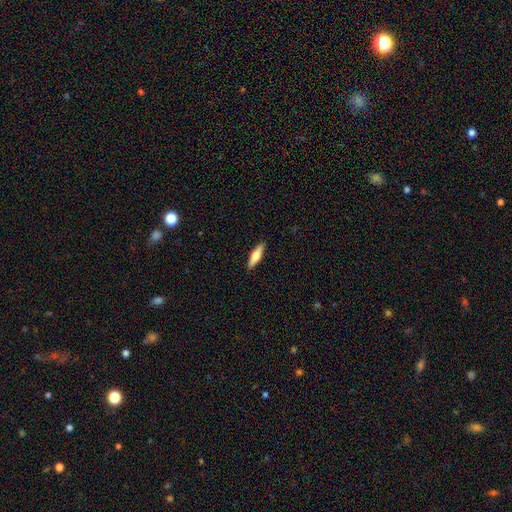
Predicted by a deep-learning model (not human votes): This is possibly a smooth galaxy (53%). How rounded: likely cigar-shaped (65%). Merging: clearly none (91%).